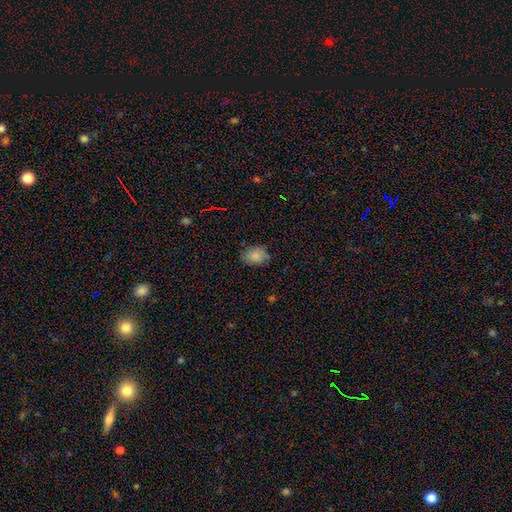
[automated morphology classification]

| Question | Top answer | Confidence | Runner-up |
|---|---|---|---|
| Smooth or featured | smooth | 83% | star or artifact (9%) |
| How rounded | in between | 68% | round (31%) |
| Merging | none | 73% | minor disturbance (21%) |